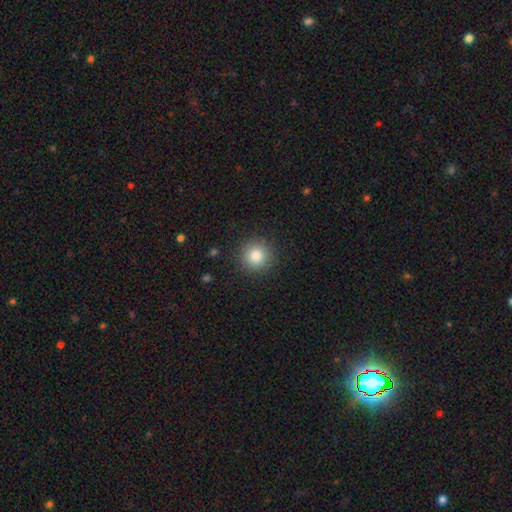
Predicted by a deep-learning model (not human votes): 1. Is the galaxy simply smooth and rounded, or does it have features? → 85% smooth, 10% star or artifact, 5% featured or disk.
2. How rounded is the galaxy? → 95% round, 4% in between, 1% cigar-shaped.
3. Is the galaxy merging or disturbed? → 90% none, 7% minor disturbance, 2% major disturbance, 1% merger.